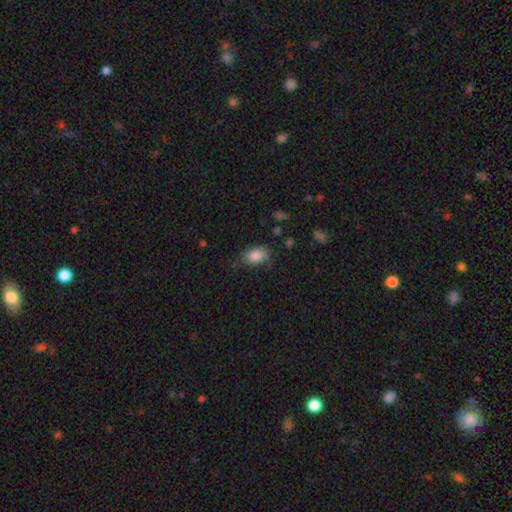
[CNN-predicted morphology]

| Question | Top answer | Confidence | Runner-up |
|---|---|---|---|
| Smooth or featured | smooth | 86% | star or artifact (8%) |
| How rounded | in between | 85% | round (14%) |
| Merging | none | 74% | minor disturbance (19%) |